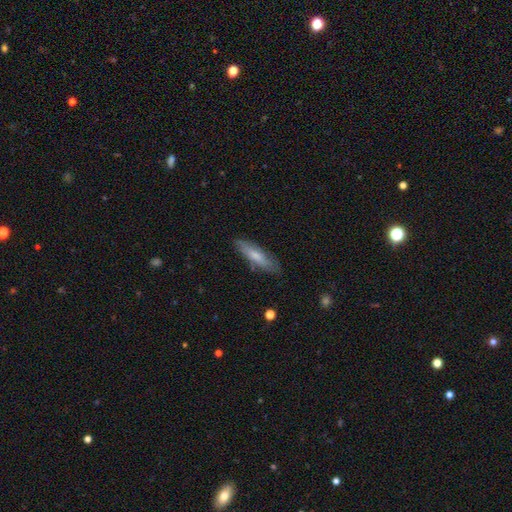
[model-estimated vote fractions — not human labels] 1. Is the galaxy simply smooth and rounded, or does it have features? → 66% smooth, 28% featured or disk, 6% star or artifact.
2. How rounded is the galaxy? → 65% cigar-shaped, 33% in between, 2% round.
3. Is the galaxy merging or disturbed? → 79% none, 16% minor disturbance, 3% major disturbance, 2% merger.